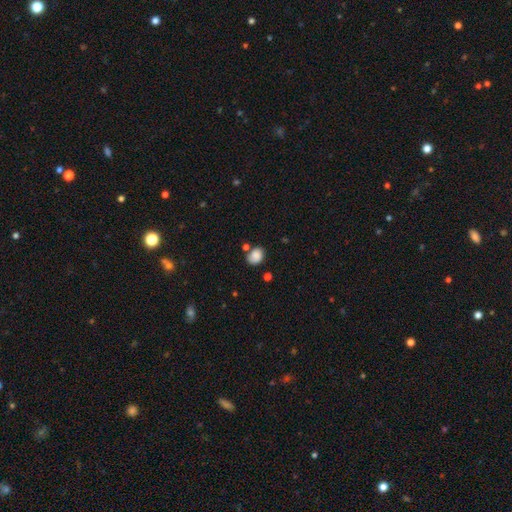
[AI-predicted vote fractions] This is clearly a smooth galaxy (83%). How rounded: possibly in between (53%). Merging: likely none (61%).